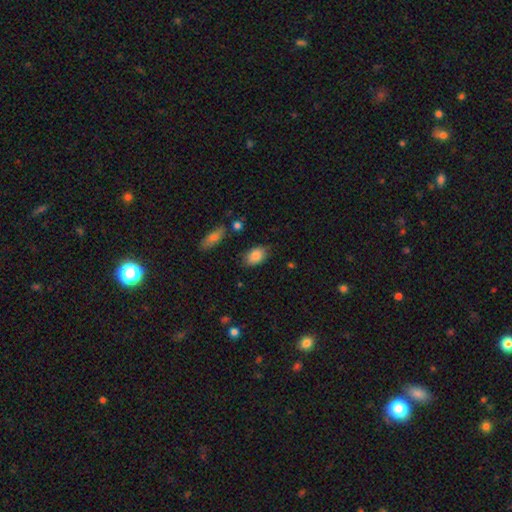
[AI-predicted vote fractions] Overall: smooth (87%). How rounded: in between (87%). Merging: none (76%).